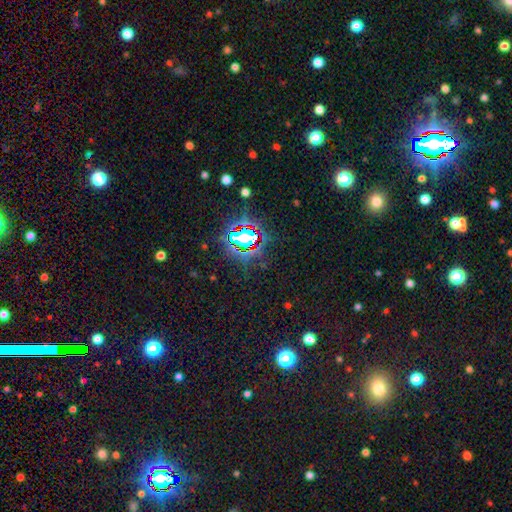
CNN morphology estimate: This is clearly a star or artifact rather than a galaxy (81%).